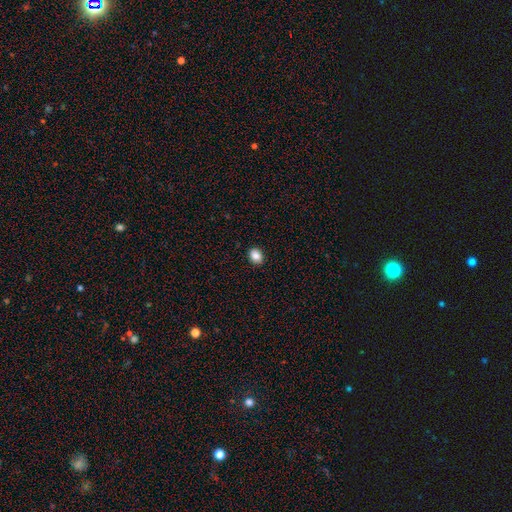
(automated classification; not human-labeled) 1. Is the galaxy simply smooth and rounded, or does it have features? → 87% smooth, 9% star or artifact, 4% featured or disk.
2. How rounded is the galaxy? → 56% in between, 43% round, 1% cigar-shaped.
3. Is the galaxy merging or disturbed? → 90% none, 7% minor disturbance, 2% major disturbance, 1% merger.